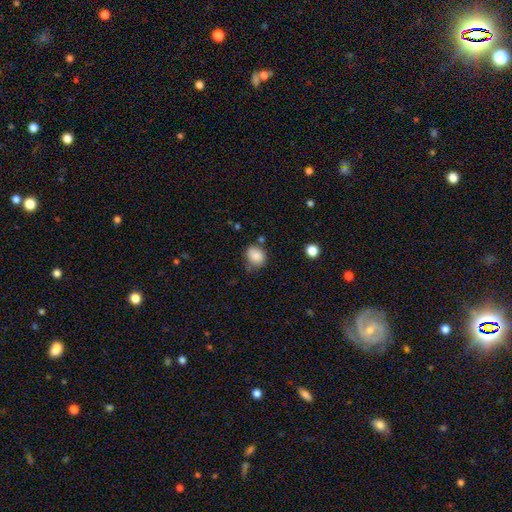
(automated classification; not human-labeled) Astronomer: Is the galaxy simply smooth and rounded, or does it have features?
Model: smooth — 84%.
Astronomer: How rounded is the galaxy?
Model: round — 63%.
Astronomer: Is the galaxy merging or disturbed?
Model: none — 63%.